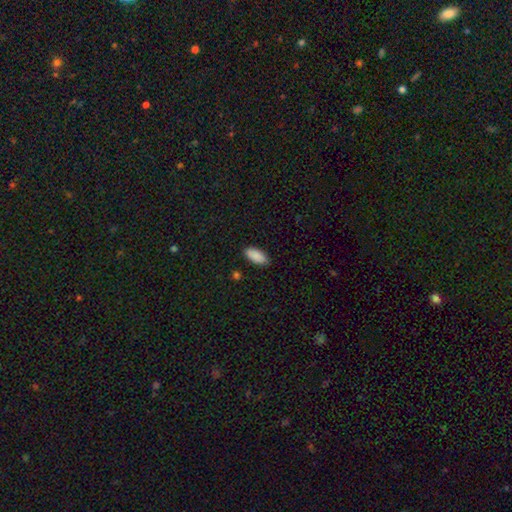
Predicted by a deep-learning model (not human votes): Smooth or featured: smooth — 90% (star or artifact — 6%)
How rounded: in between — 92% (cigar-shaped — 6%)
Merging: none — 86% (minor disturbance — 11%)